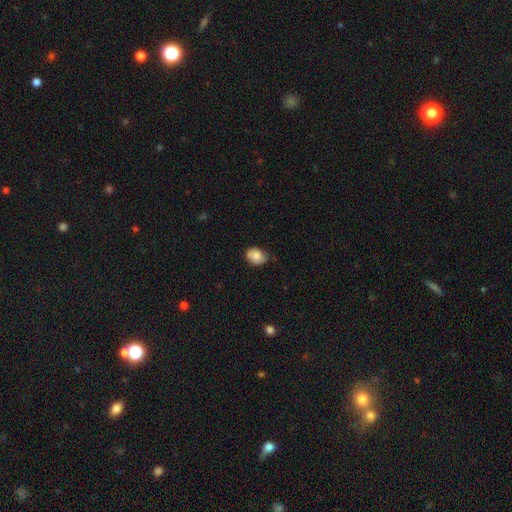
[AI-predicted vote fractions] Smooth or featured? smooth (85%)
How rounded? in between (62%)
Merging? none (71%)